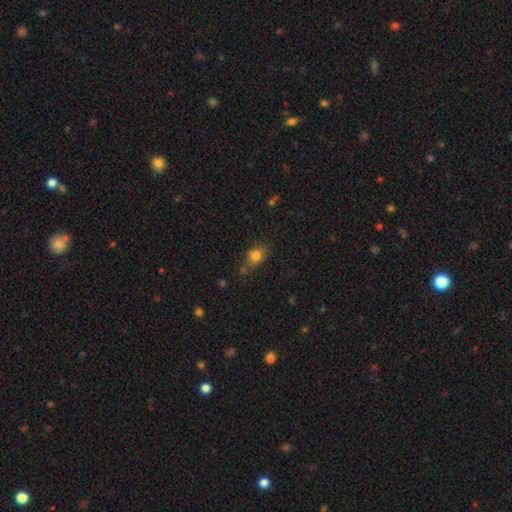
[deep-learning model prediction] smooth-or-featured: smooth: 79% | star or artifact: 12% | featured or disk: 9%
  how-rounded: in between: 61% | round: 36% | cigar-shaped: 3%
  merging: none: 68% | minor disturbance: 21% | major disturbance: 6% | merger: 5%